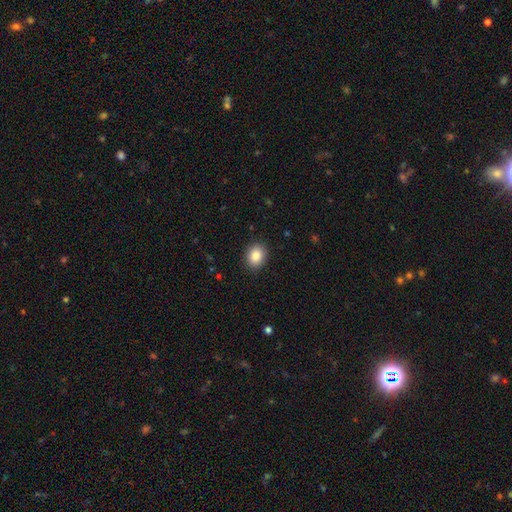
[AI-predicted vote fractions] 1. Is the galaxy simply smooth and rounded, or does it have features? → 87% smooth, 8% star or artifact, 5% featured or disk.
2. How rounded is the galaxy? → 52% in between, 47% round, 1% cigar-shaped.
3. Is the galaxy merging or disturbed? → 89% none, 8% minor disturbance, 2% major disturbance, 1% merger.